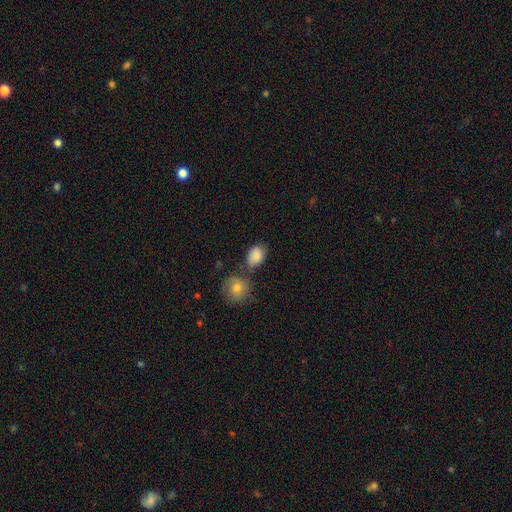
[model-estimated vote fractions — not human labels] smooth-or-featured: smooth: 84% | featured or disk: 8% | star or artifact: 8%
  how-rounded: in between: 75% | round: 23% | cigar-shaped: 1%
  merging: none: 54% | minor disturbance: 21% | merger: 19% | major disturbance: 6%